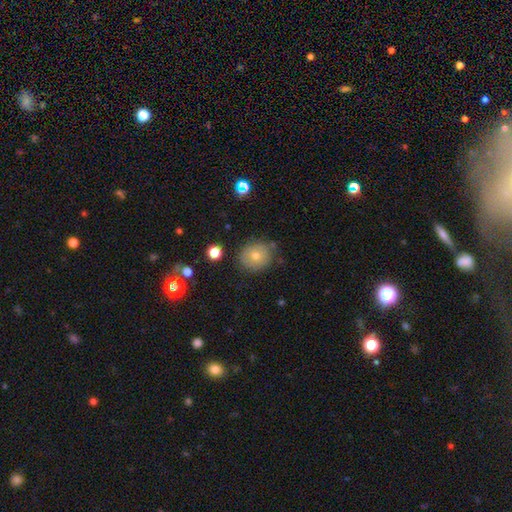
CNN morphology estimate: smooth 65%, featured or disk 22%, star or artifact 13%. Down the decision tree: how rounded — round (84%); merging — none (79%).